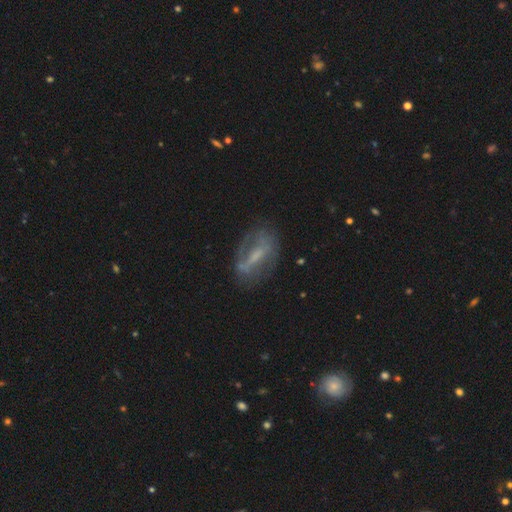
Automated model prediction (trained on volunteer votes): This appears to be a featured or disk galaxy (65%) with a strong bar (44%), spiral arms (54%) and a small central bulge (40%). Merging: none (64%).